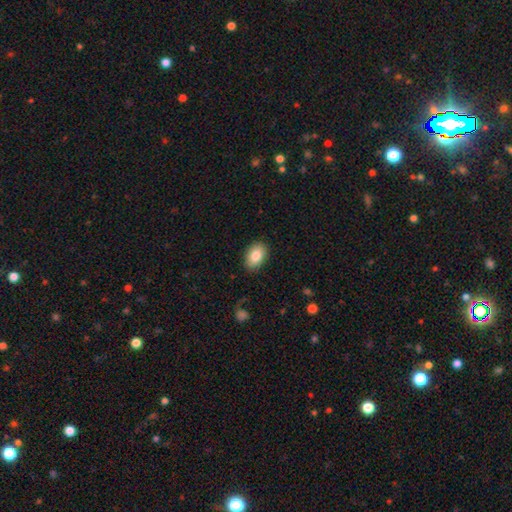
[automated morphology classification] smooth 84%, featured or disk 9%, star or artifact 7%. Down the decision tree: how rounded — in between (86%); merging — none (87%).